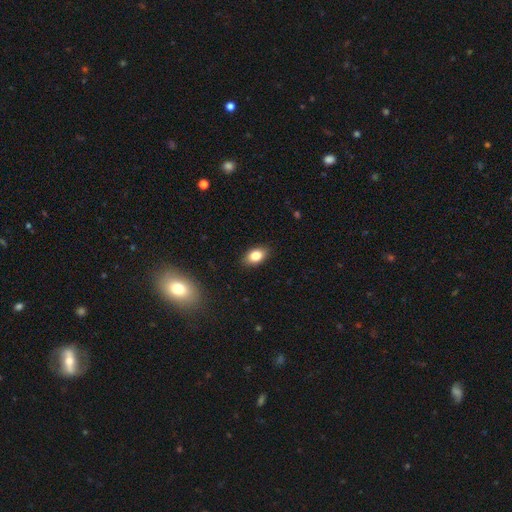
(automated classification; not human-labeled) Q: Smooth or featured?
A: smooth (82%); runner-up: star or artifact (9%)
Q: How rounded?
A: in between (85%); runner-up: round (13%)
Q: Merging?
A: none (87%); runner-up: minor disturbance (10%)